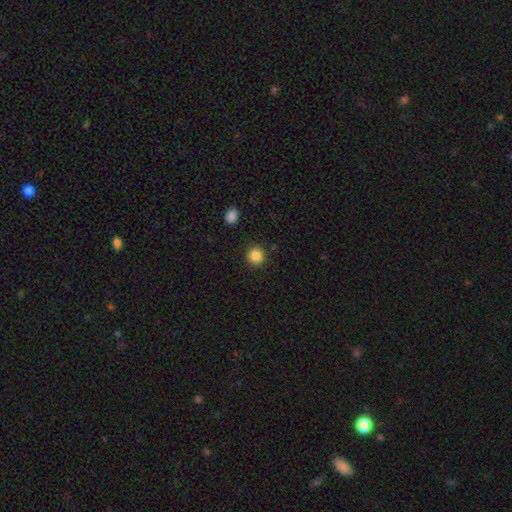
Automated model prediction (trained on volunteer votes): Overall: smooth (85%). How rounded: round (94%). Merging: none (91%).